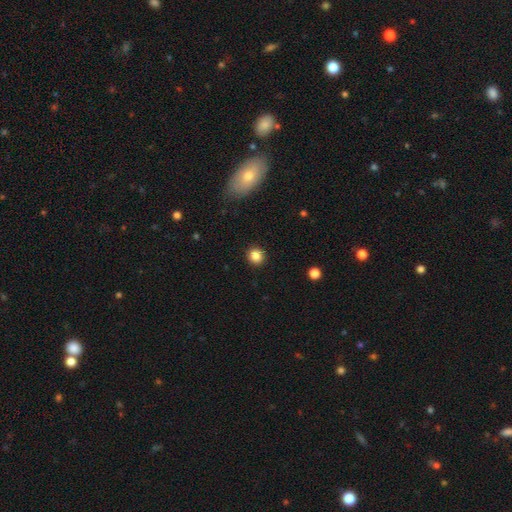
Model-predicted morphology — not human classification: Q: Smooth or featured?
A: smooth (85%); runner-up: star or artifact (10%)
Q: How rounded?
A: round (90%); runner-up: in between (9%)
Q: Merging?
A: none (92%); runner-up: minor disturbance (5%)